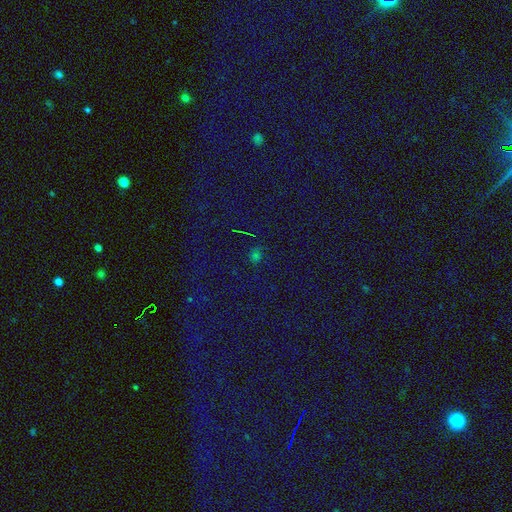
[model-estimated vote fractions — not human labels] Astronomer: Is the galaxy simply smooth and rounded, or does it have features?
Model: star or artifact — 64%.